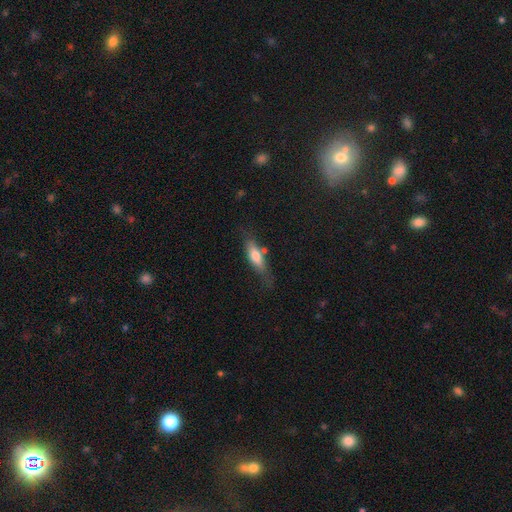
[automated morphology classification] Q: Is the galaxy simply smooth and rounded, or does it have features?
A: smooth — 66%.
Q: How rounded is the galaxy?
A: in between — 50%.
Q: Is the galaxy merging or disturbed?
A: none — 60%.